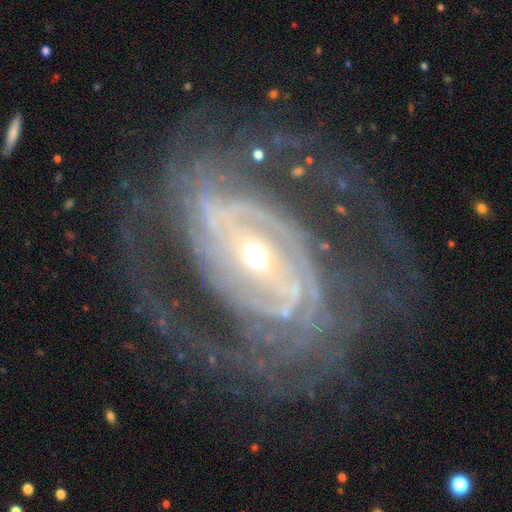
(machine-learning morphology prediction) type=featured or disk (89%); edge-on=no (96%); bar=strong (48%); spiral arms=yes (94%); winding=tight (51%); arm count=2 (47%); bulge=small (55%); merging=none (71%).